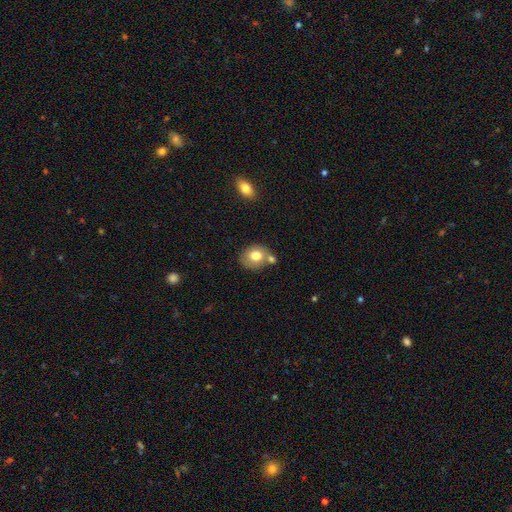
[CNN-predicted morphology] This is likely a smooth galaxy (75%). How rounded: possibly round (59%). Merging: possibly none (56%).